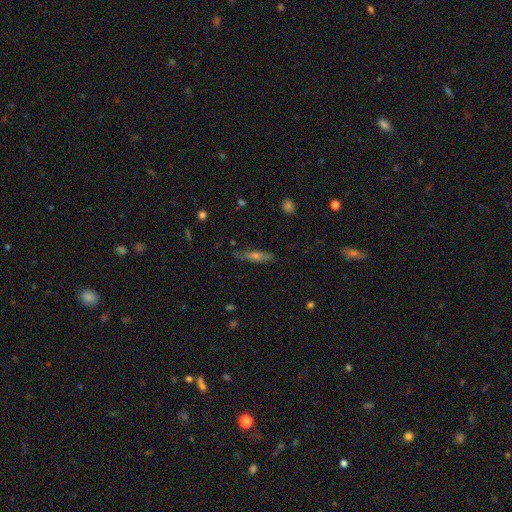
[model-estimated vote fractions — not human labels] This appears to be a smooth galaxy with no disk features (44%, tied with featured or disk). Merging: none (82%).